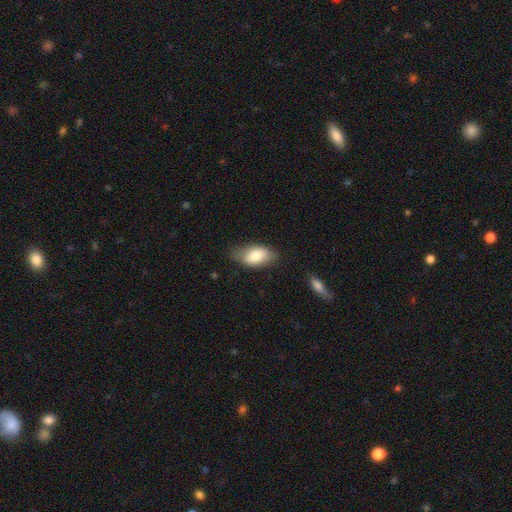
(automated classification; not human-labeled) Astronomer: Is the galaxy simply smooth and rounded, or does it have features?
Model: smooth — 78%.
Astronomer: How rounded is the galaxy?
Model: in between — 92%.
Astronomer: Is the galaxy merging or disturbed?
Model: none — 70%.